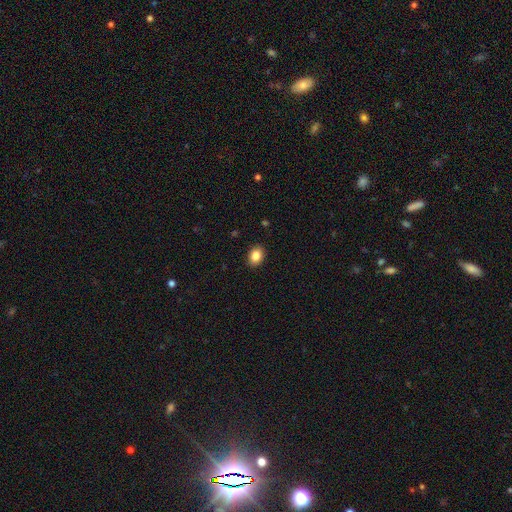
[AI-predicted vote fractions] Overall: smooth (86%). How rounded: in between (70%). Merging: none (90%).